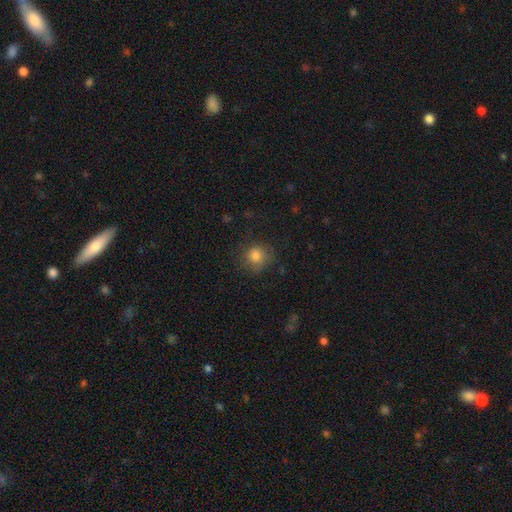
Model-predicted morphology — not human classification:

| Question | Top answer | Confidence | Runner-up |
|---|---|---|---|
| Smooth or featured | smooth | 82% | star or artifact (11%) |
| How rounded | round | 88% | in between (11%) |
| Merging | none | 75% | minor disturbance (17%) |